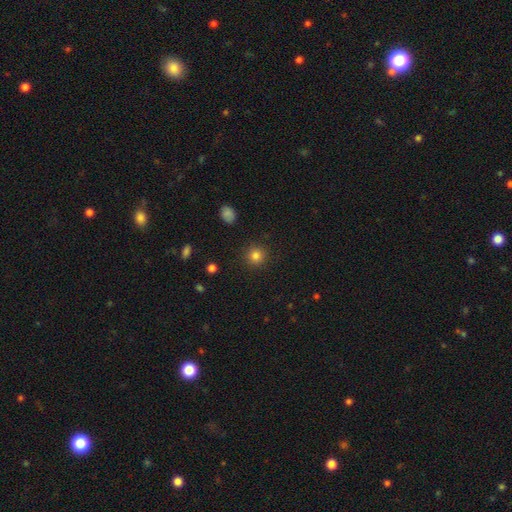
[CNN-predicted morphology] Q: Smooth or featured?
A: smooth (83%); runner-up: star or artifact (12%)
Q: How rounded?
A: round (94%); runner-up: in between (5%)
Q: Merging?
A: none (91%); runner-up: minor disturbance (5%)